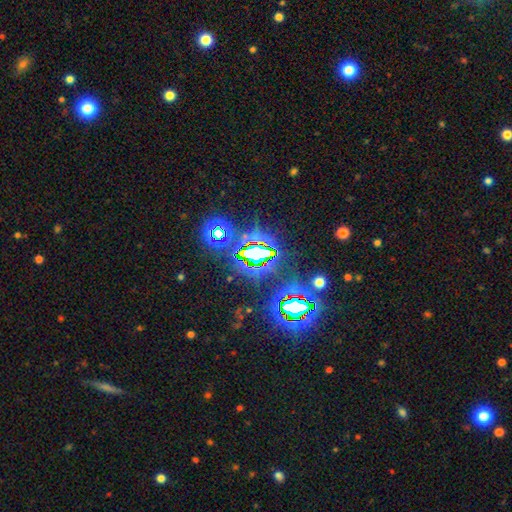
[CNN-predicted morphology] star or artifact 77%, smooth 13%, featured or disk 10%.